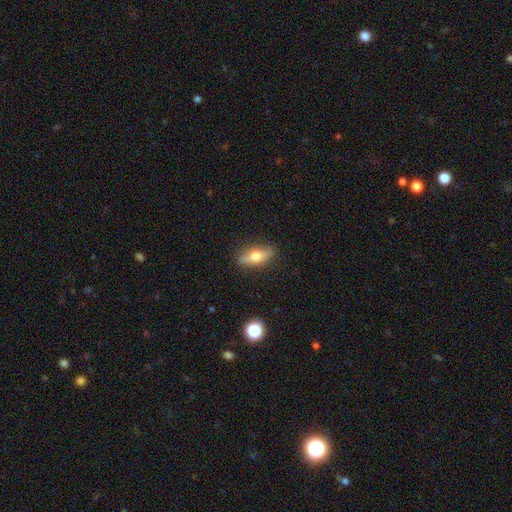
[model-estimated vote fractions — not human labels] smooth 52%, featured or disk 41%, star or artifact 7%. Down the decision tree: how rounded — in between (56%); merging — none (85%).